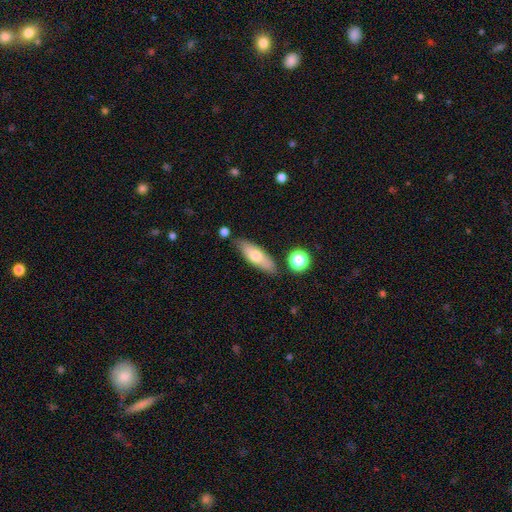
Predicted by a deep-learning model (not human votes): Smooth or featured: smooth — 66% (featured or disk — 27%)
How rounded: in between — 56% (cigar-shaped — 41%)
Merging: none — 78% (minor disturbance — 14%)